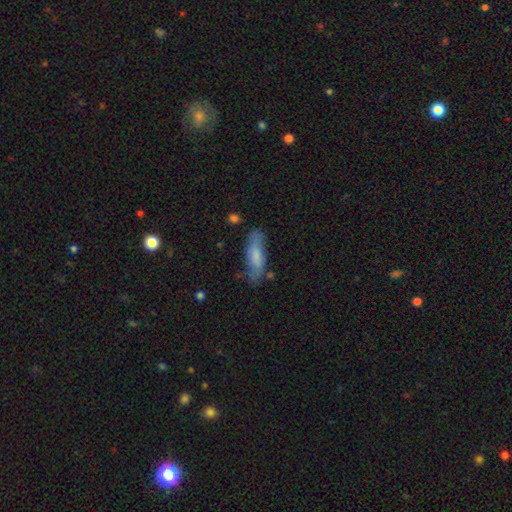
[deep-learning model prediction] The model was most divided on "how rounded": cigar-shaped: 53%, in between: 45%, round: 2%. More confident: merging — none (69%); smooth or featured — smooth (66%).